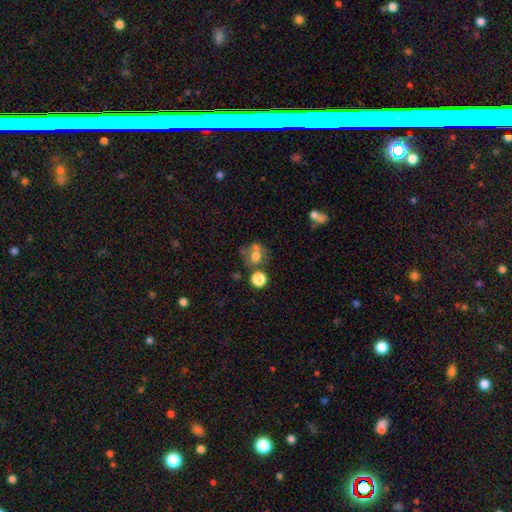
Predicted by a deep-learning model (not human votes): Overall: smooth (58%; featured or disk 27%). How rounded: round (60%; in between 39%). Merging: none (41%; merger 30%).